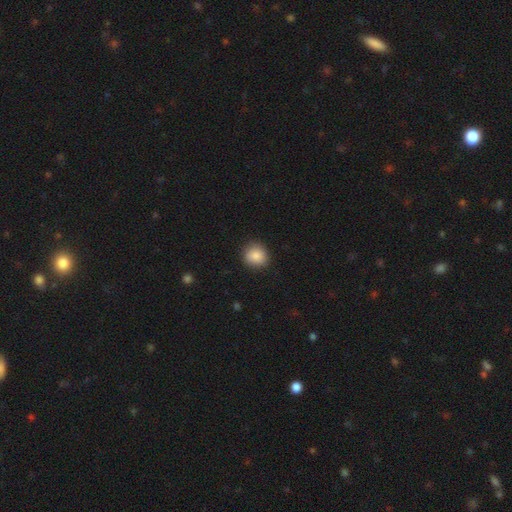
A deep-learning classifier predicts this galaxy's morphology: Smooth or featured: smooth — 86% (star or artifact — 9%)
How rounded: round — 84% (in between — 15%)
Merging: none — 87% (minor disturbance — 10%)